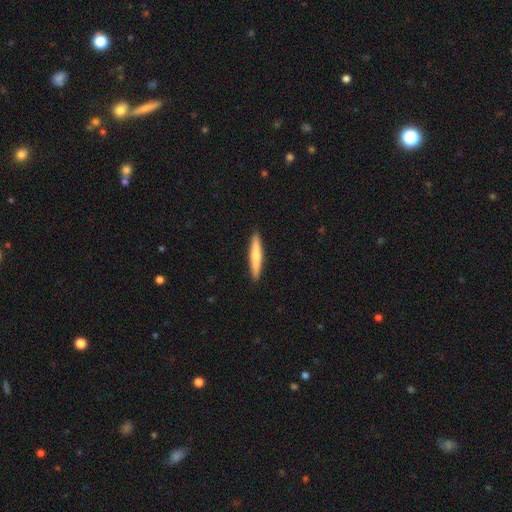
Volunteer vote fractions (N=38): Q: Smooth or featured?
A: smooth (61%); runner-up: featured or disk (34%)
Q: How rounded?
A: cigar-shaped (100%)
Q: Merging?
A: none (97%); runner-up: minor disturbance (3%)